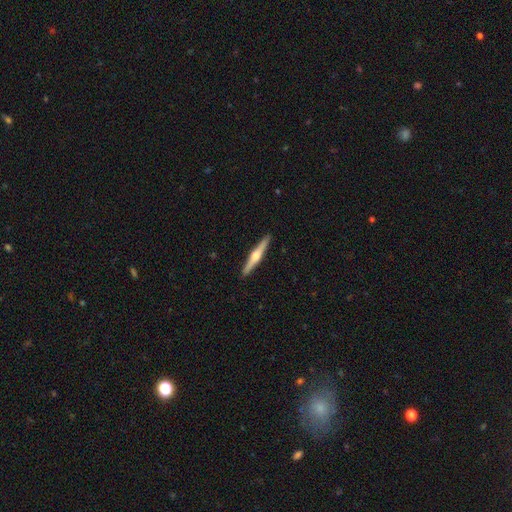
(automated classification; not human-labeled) Q: Smooth or featured?
A: featured or disk (72%); runner-up: smooth (24%)
Q: Edge-on disk?
A: yes (98%); runner-up: no (2%)
Q: Edge-on bulge?
A: rounded (91%); runner-up: boxy (5%)
Q: Merging?
A: none (92%); runner-up: minor disturbance (6%)